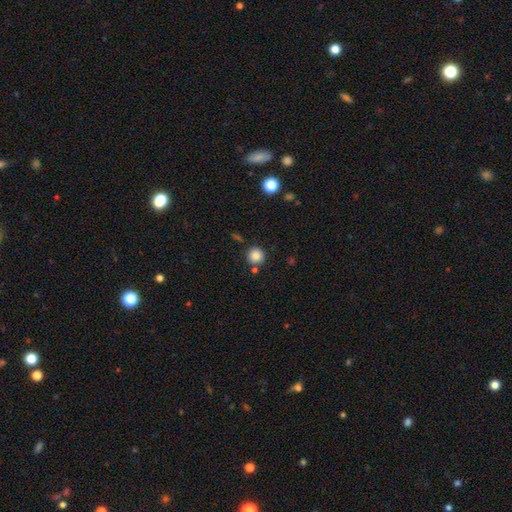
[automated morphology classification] smooth_or_featured: smooth (p=0.85) [alt: star or artifact p=0.10]
how_rounded: round (p=0.93) [alt: in between p=0.06]
merging: none (p=0.81) [alt: minor disturbance p=0.08]